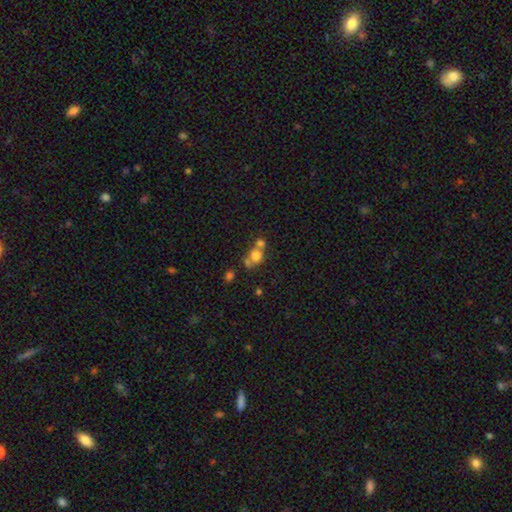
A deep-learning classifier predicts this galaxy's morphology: This is likely a smooth galaxy (71%). How rounded: likely round (73%). Merging: possibly merger (51%).